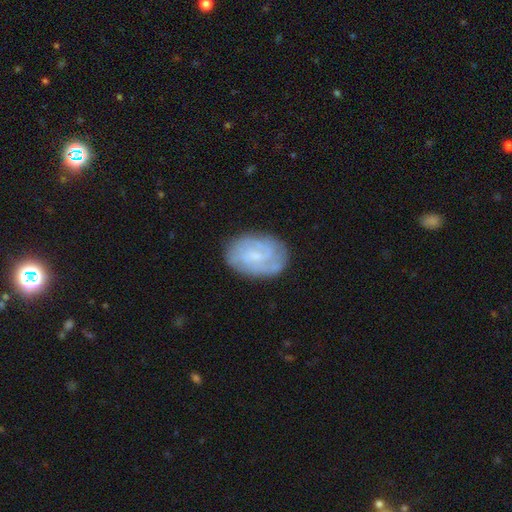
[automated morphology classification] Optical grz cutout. It shows a featured or disk galaxy (65%) with no bar (47%), tight (52%) spiral arms (86%) and a small central bulge (61%). Merging: none (77%).